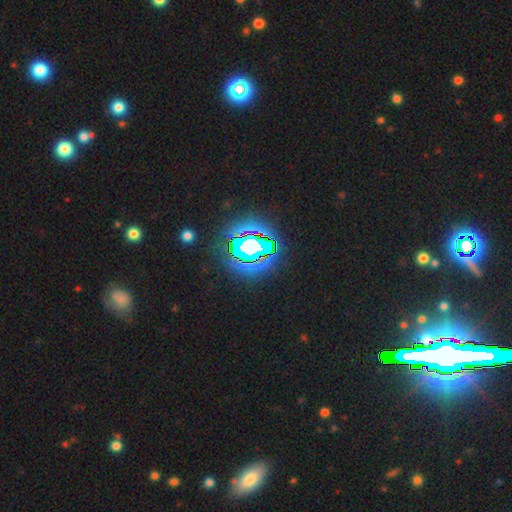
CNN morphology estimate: star or artifact 83%, smooth 9%, featured or disk 8%.